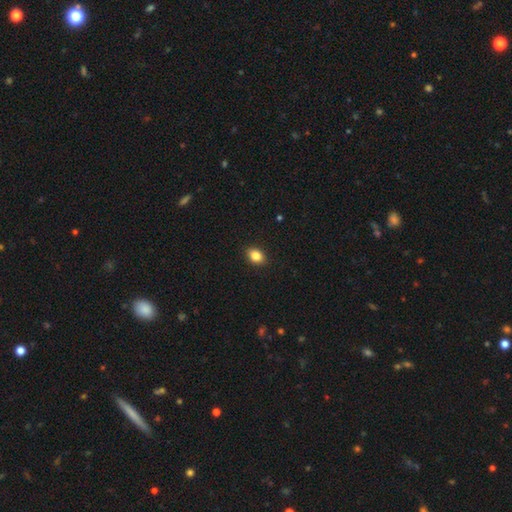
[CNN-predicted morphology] smooth-or-featured: smooth: 84% | star or artifact: 10% | featured or disk: 6%
  how-rounded: in between: 67% | round: 32% | cigar-shaped: 1%
  merging: none: 90% | minor disturbance: 7% | major disturbance: 2% | merger: 1%